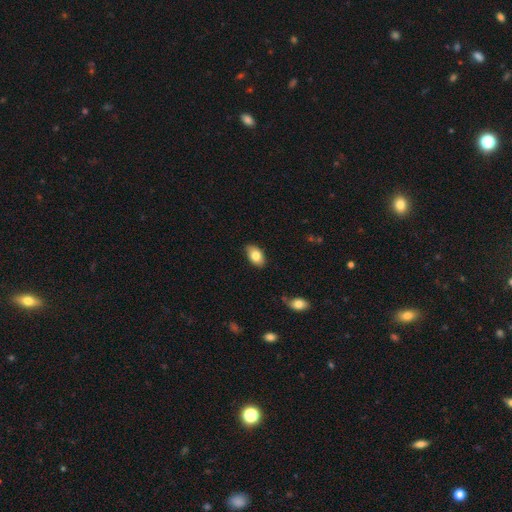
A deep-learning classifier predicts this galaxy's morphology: type=smooth (81%); roundness=in between (92%); merging=none (85%).